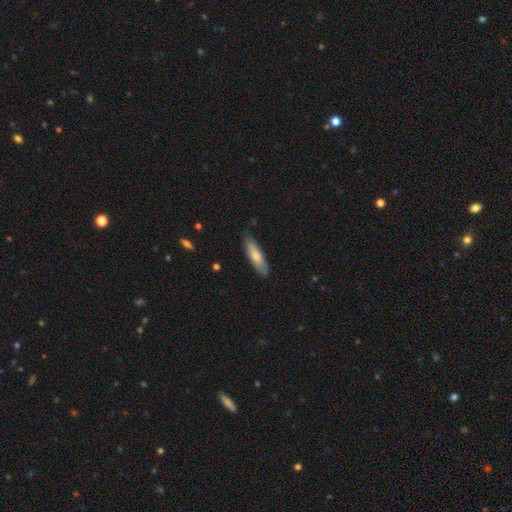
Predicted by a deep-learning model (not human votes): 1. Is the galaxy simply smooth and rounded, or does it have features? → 71% smooth, 24% featured or disk, 5% star or artifact.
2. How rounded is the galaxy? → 62% cigar-shaped, 36% in between, 2% round.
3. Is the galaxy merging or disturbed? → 81% none, 15% minor disturbance, 2% major disturbance, 1% merger.